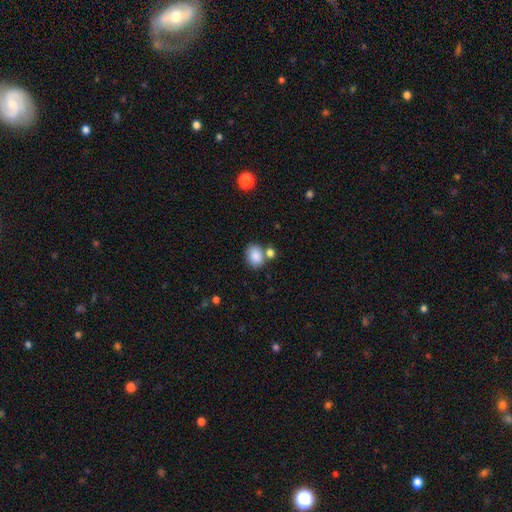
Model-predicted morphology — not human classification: Q: Smooth or featured?
A: smooth (86%); runner-up: star or artifact (8%)
Q: How rounded?
A: in between (53%); runner-up: round (46%)
Q: Merging?
A: none (62%); runner-up: merger (22%)